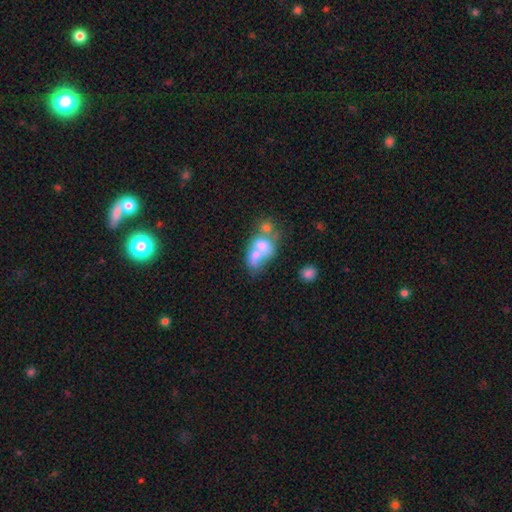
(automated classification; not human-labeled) This appears to be a smooth galaxy with no disk features (63%) that is in between round and cigar-shaped (64%). Merging: merger (71%).